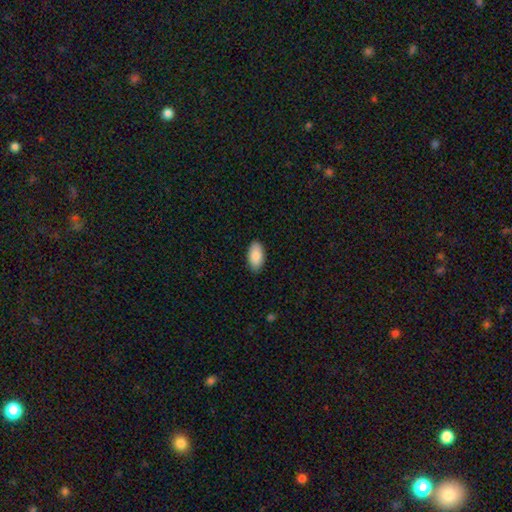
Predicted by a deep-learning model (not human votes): A smooth galaxy with no disk features (89%) that is in between round and cigar-shaped (95%). Merging: none (87%).